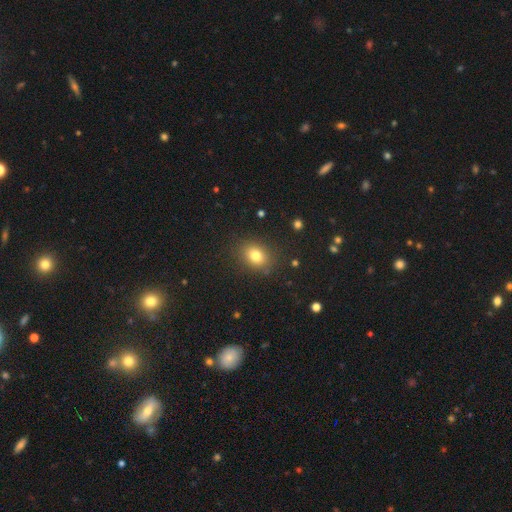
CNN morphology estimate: smooth 79%, star or artifact 13%, featured or disk 8%. Down the decision tree: how rounded — in between (55%); merging — none (85%).